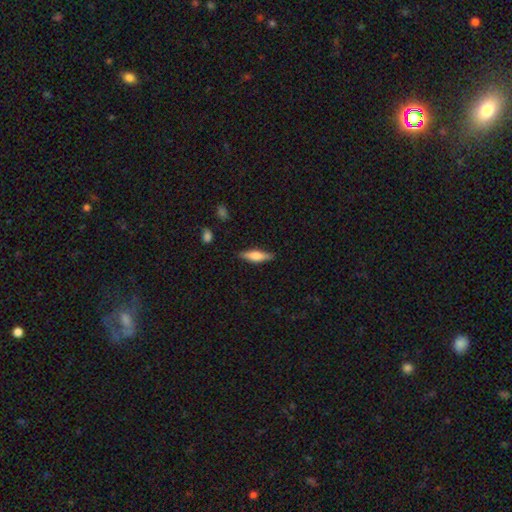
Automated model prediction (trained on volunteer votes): Morphology: type=smooth (51%); roundness=cigar-shaped (66%); merging=none (86%).